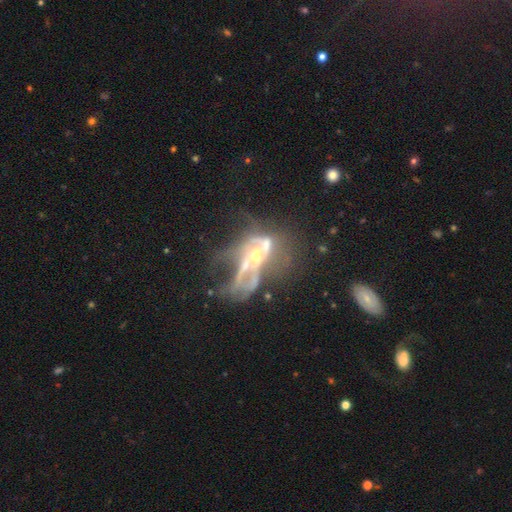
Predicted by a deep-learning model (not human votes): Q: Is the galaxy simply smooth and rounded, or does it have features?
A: featured or disk — 73%.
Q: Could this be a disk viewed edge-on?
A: no — 87%.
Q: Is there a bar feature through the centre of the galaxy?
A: no — 68%.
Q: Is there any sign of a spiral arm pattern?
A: no — 65%.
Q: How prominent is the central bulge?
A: moderate — 59%.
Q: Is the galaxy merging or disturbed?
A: major disturbance — 46%.